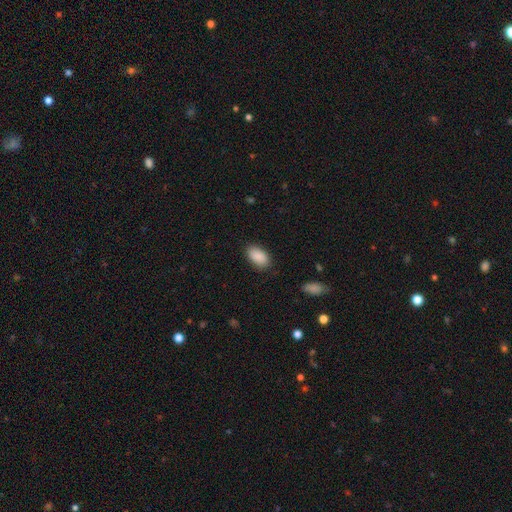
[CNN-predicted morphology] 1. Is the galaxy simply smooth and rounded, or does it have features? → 90% smooth, 7% star or artifact, 4% featured or disk.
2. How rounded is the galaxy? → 94% in between, 5% round, 2% cigar-shaped.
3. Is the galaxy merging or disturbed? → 85% none, 11% minor disturbance, 3% major disturbance, 1% merger.